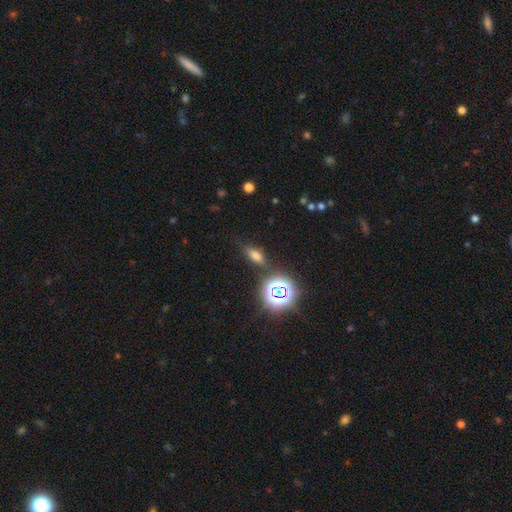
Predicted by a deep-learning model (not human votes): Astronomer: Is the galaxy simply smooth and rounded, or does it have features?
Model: smooth — 62%.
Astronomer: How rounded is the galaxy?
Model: in between — 67%.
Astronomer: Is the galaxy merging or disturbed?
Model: none — 75%.